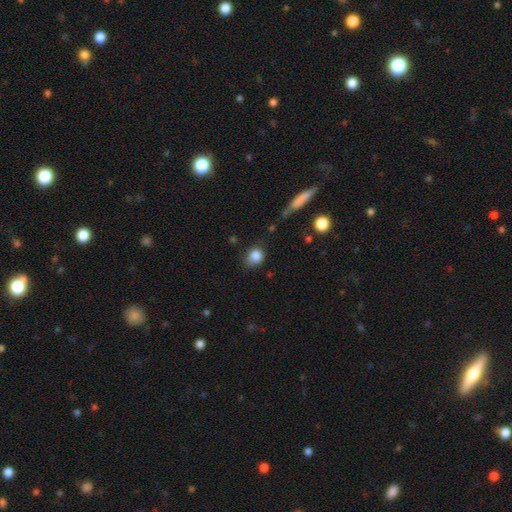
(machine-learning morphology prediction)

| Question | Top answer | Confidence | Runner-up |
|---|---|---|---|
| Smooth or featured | smooth | 85% | star or artifact (10%) |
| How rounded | round | 70% | in between (29%) |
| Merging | none | 69% | minor disturbance (23%) |